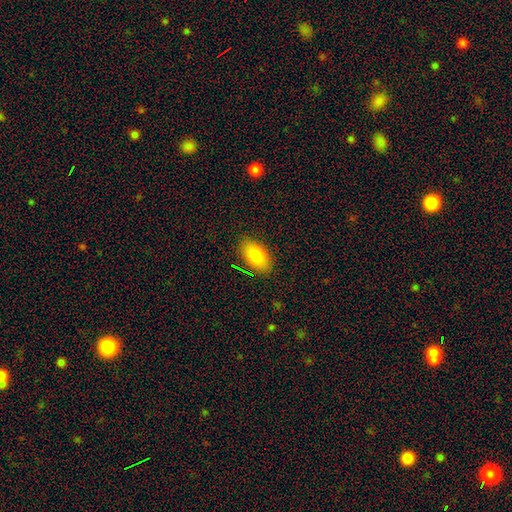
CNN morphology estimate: Smooth or featured? Predicted: smooth (p=0.82). How rounded? Predicted: in between (p=0.92). Merging? Predicted: none (p=0.86).